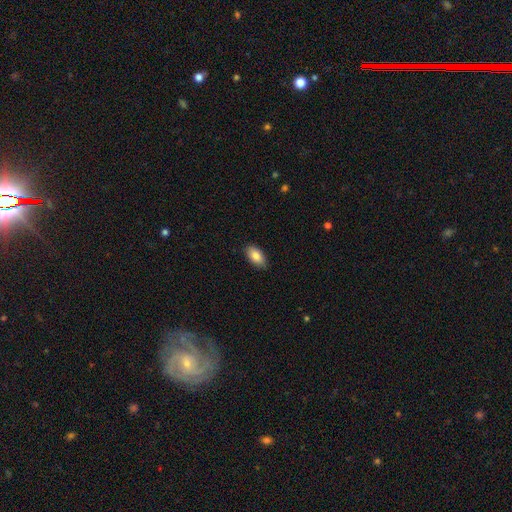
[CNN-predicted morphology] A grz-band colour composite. It shows a smooth galaxy with no disk features (84%) that is in between round and cigar-shaped (93%). Merging: none (86%).